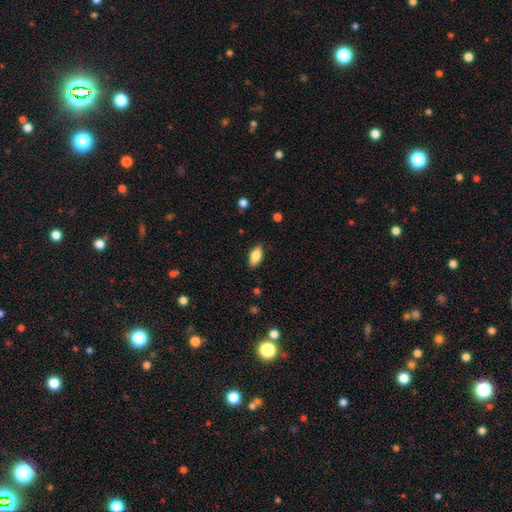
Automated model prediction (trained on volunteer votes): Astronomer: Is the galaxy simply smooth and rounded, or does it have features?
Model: smooth — 80%.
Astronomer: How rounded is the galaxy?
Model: in between — 88%.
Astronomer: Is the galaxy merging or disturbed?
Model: none — 86%.